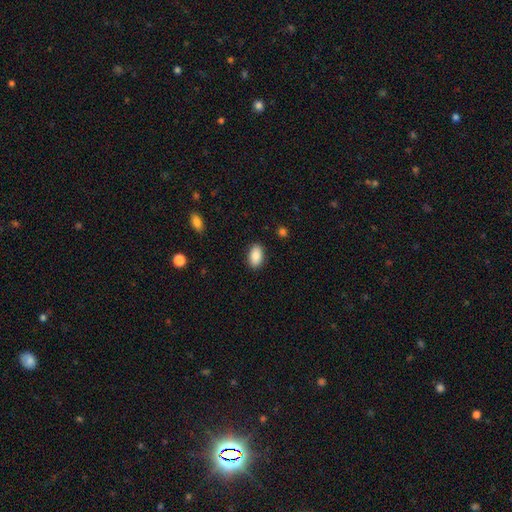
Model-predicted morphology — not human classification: Q: Smooth or featured?
A: smooth (88%); runner-up: star or artifact (7%)
Q: How rounded?
A: in between (93%); runner-up: round (5%)
Q: Merging?
A: none (88%); runner-up: minor disturbance (8%)